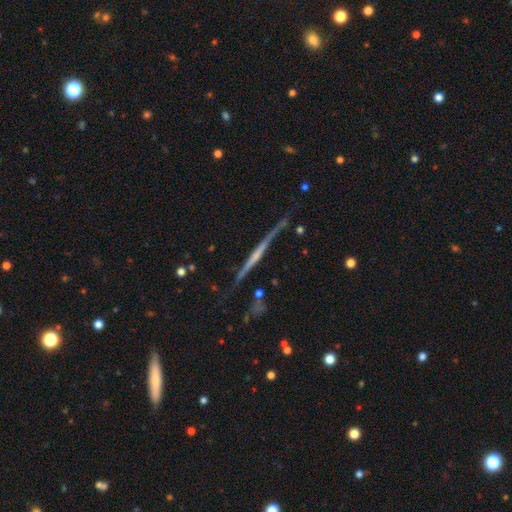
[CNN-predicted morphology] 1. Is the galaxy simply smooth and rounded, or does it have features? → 77% featured or disk, 16% smooth, 7% star or artifact.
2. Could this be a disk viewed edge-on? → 96% yes, 4% no.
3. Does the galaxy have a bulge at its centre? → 58% none, 29% rounded, 14% boxy.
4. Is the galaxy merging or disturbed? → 75% none, 17% minor disturbance, 5% major disturbance, 3% merger.